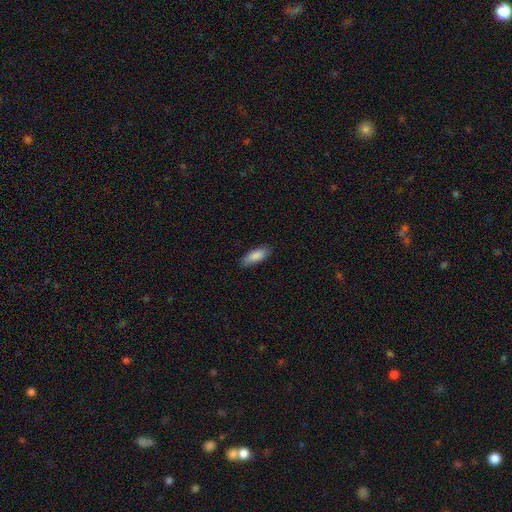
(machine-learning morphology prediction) Smooth or featured? smooth (87%)
How rounded? in between (68%)
Merging? none (84%)